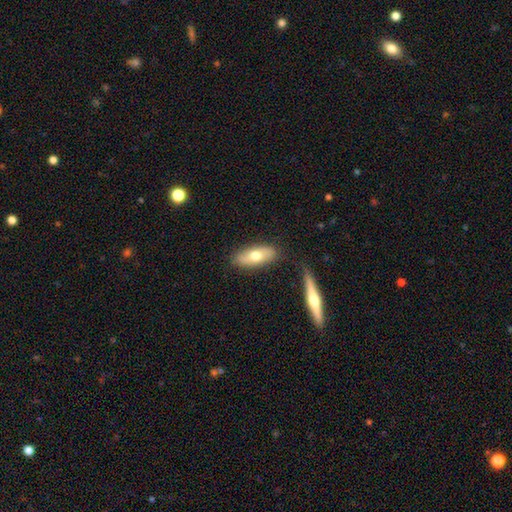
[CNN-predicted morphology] Overall: smooth (65%; featured or disk 29%). How rounded: in between (75%). Merging: none (80%).